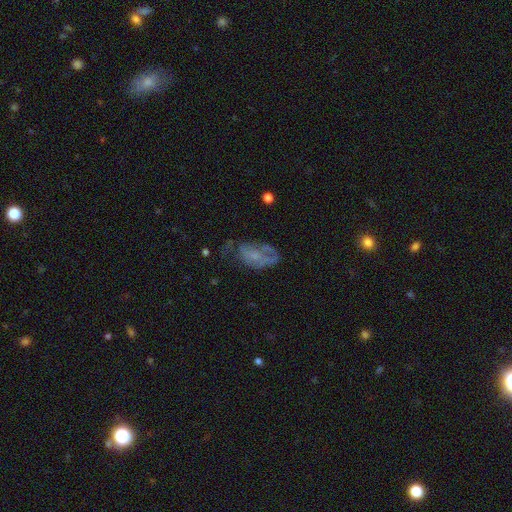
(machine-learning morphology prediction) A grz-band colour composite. It shows a featured or disk galaxy (51%). Merging: none (36%).